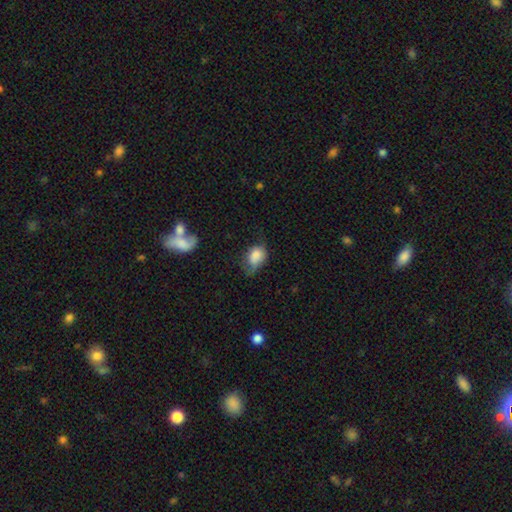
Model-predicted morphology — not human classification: smooth 81%, featured or disk 11%, star or artifact 8%. Down the decision tree: how rounded — in between (75%); merging — minor disturbance (41%).